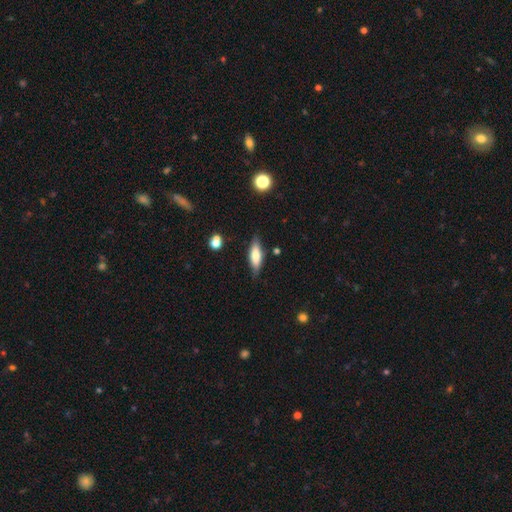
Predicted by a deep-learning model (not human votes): Q: Smooth or featured?
A: smooth (64%); runner-up: featured or disk (30%)
Q: How rounded?
A: in between (50%); runner-up: cigar-shaped (48%)
Q: Merging?
A: none (81%); runner-up: minor disturbance (14%)